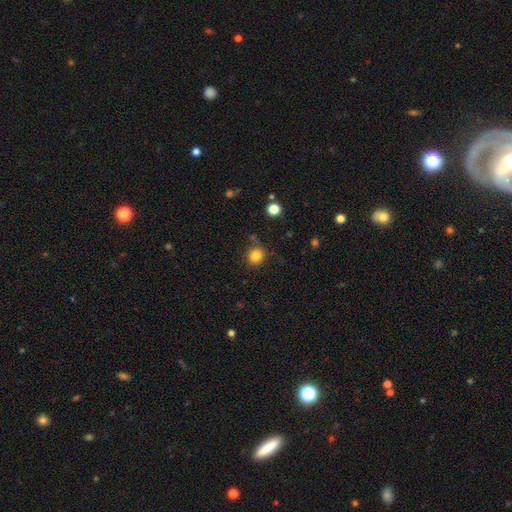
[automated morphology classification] smooth_or_featured: smooth (p=0.83) [alt: star or artifact p=0.12]
how_rounded: round (p=0.86) [alt: in between p=0.13]
merging: none (p=0.81) [alt: minor disturbance p=0.11]